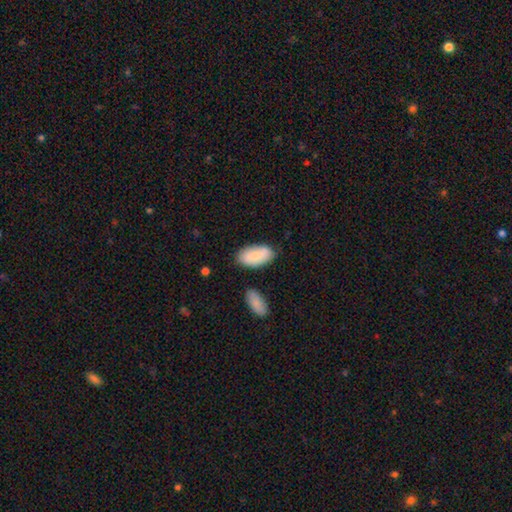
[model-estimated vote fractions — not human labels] A smooth galaxy with no disk features (80%) that is in between round and cigar-shaped (95%). Merging: none (73%).